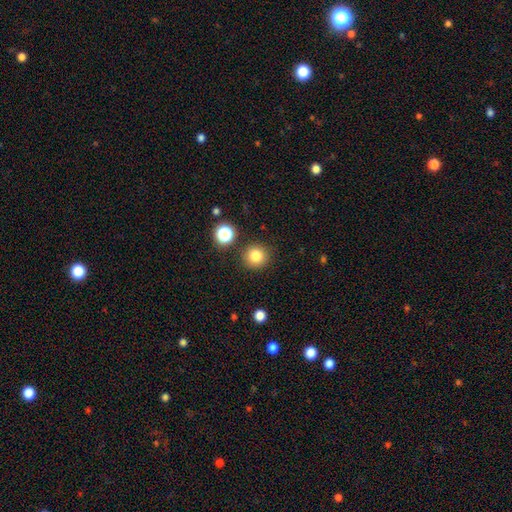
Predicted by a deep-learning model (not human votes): This appears to be a smooth galaxy with no disk features (81%) that is round (93%). Merging: none (88%).